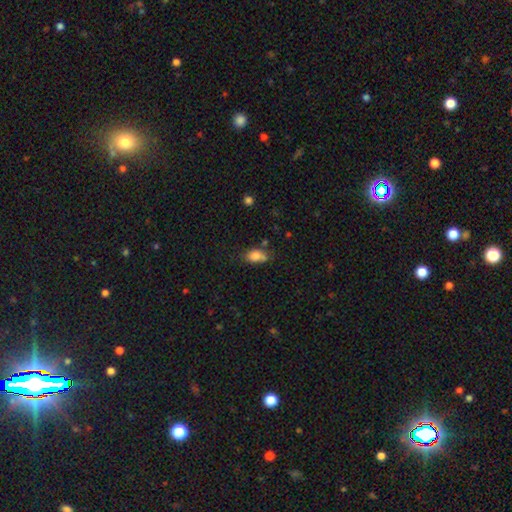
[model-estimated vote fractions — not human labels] smooth_or_featured: smooth (p=0.81) [alt: star or artifact p=0.10]
how_rounded: in between (p=0.82) [alt: round p=0.14]
merging: none (p=0.53) [alt: minor disturbance p=0.28]